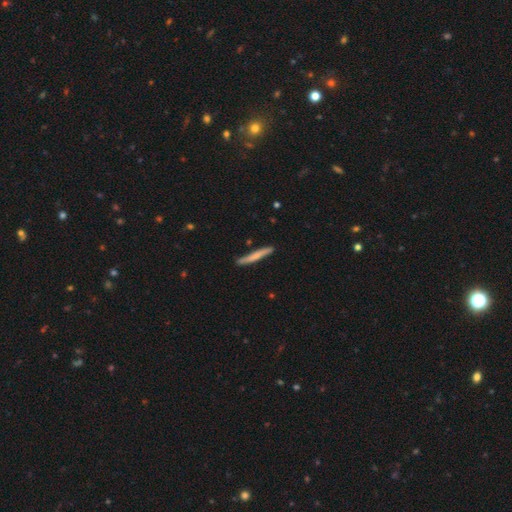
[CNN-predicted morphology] smooth 61%, featured or disk 33%, star or artifact 5%. Down the decision tree: how rounded — cigar-shaped (96%); merging — none (84%).